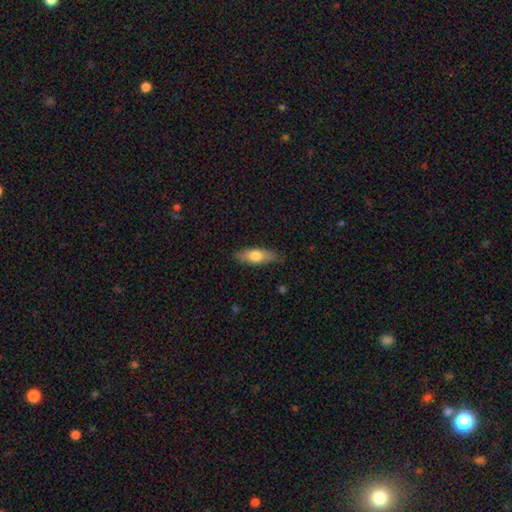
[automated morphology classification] Smooth or featured?
  - smooth: 69% *
  - featured or disk: 25%
  - star or artifact: 6%
How rounded?
  - in between: 65% *
  - cigar-shaped: 33%
  - round: 3%
Merging?
  - none: 82% *
  - minor disturbance: 15%
  - major disturbance: 3%
  - merger: 1%